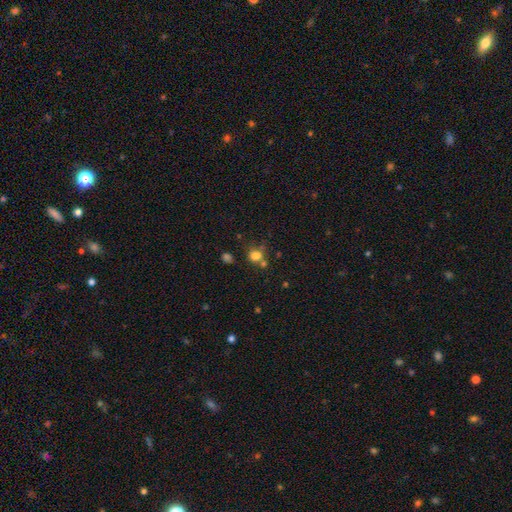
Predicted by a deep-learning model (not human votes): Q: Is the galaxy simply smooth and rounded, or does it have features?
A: smooth — 71%.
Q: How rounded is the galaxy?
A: round — 57%.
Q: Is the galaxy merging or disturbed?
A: none — 43%.